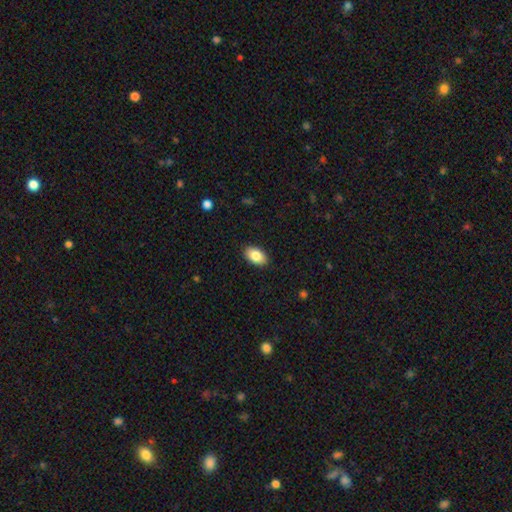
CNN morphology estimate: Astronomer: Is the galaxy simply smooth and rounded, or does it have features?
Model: smooth — 84%.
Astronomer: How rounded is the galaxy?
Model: in between — 92%.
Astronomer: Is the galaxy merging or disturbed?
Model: none — 90%.